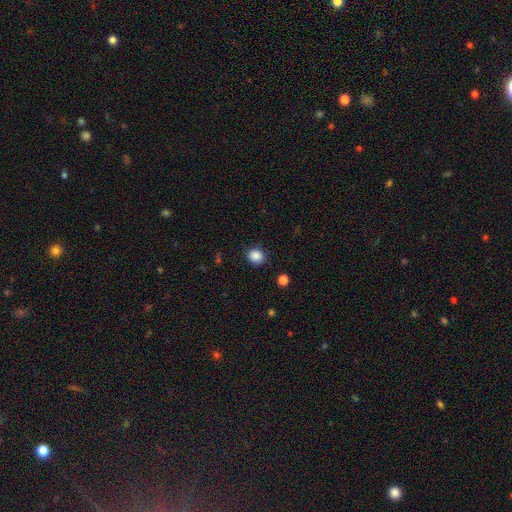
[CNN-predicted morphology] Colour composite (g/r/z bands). It shows a smooth galaxy with no disk features (87%) that is round (78%). Merging: none (87%).